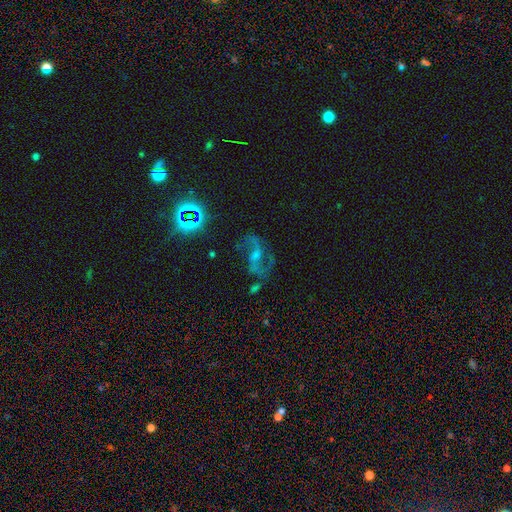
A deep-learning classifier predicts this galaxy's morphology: A featured or disk galaxy (74%) with a weak bar (46%), 2 (88%) loose (56%) spiral arms (90%) and a small central bulge (43%).

Vote fractions:
- Smooth or featured? featured or disk: 74% / star or artifact: 16% / smooth: 11%
- Edge-on disk? no: 97% / yes: 3%
- Bar? weak: 46% / no: 34% / strong: 20%
- Spiral arms? yes: 90% / no: 10%
- Spiral winding? loose: 56% / medium: 37% / tight: 7%
- Spiral arm count? 2: 88% / can't tell: 5% / 1: 3% / 3: 2% / 4: 1% / more than 4: 1%
- Bulge size? small: 43% / moderate: 34% / none: 18% / large: 5% / dominant: 1%
- Merging? none: 59% / major disturbance: 18% / minor disturbance: 18% / merger: 5%